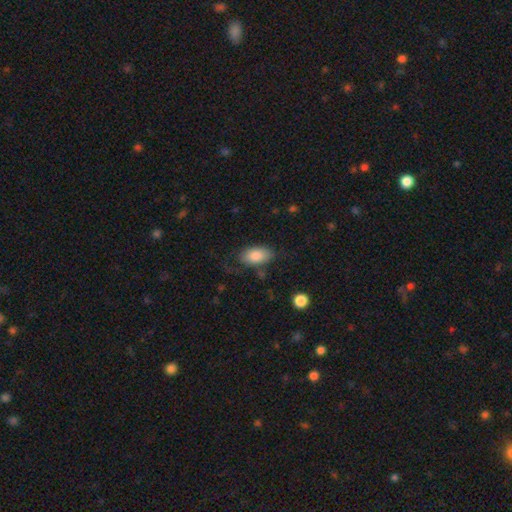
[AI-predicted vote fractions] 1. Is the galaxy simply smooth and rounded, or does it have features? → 84% smooth, 10% featured or disk, 6% star or artifact.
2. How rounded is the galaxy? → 93% in between, 4% round, 3% cigar-shaped.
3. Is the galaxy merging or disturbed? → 67% none, 21% minor disturbance, 10% major disturbance, 3% merger.